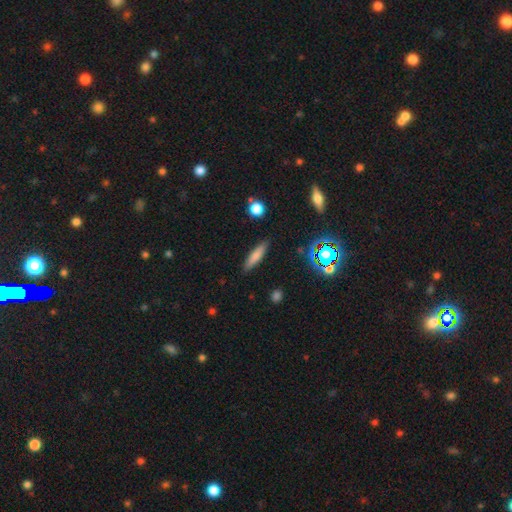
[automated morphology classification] Smooth or featured?
  - smooth: 74% *
  - featured or disk: 17%
  - star or artifact: 9%
How rounded?
  - cigar-shaped: 75% *
  - in between: 23%
  - round: 2%
Merging?
  - none: 87% *
  - minor disturbance: 9%
  - major disturbance: 2%
  - merger: 2%